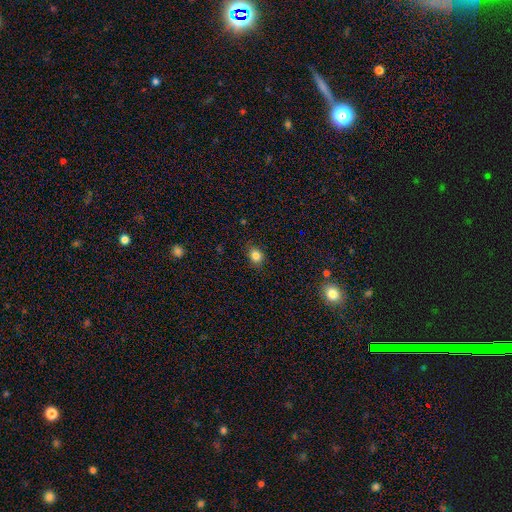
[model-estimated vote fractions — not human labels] Overall: smooth (83%). How rounded: round (54%; in between 45%). Merging: none (84%).